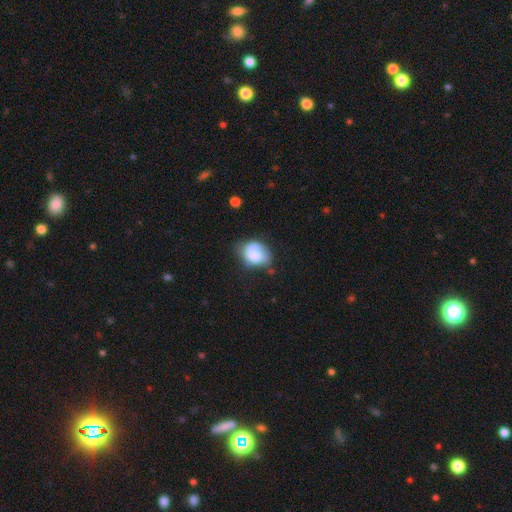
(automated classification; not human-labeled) Smooth or featured?
  - smooth: 72% *
  - featured or disk: 20%
  - star or artifact: 8%
How rounded?
  - in between: 62% *
  - round: 37%
  - cigar-shaped: 1%
Merging?
  - none: 41% *
  - minor disturbance: 32%
  - major disturbance: 16%
  - merger: 11%